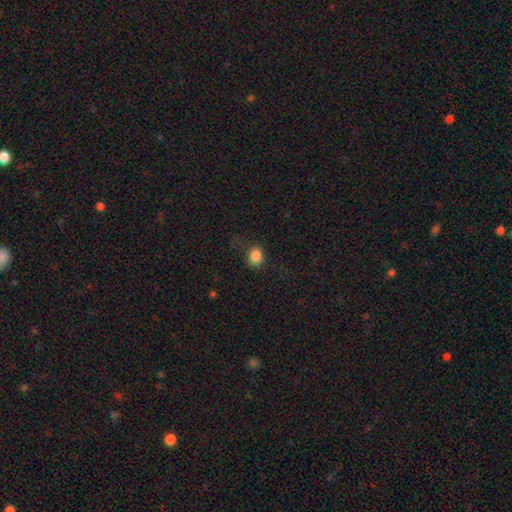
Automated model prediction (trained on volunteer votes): smooth-or-featured: smooth: 84% | star or artifact: 11% | featured or disk: 4%
  how-rounded: round: 58% | in between: 41% | cigar-shaped: 1%
  merging: none: 74% | minor disturbance: 18% | major disturbance: 7% | merger: 1%